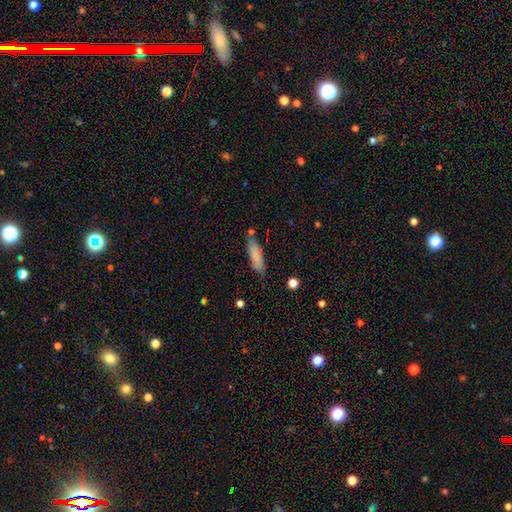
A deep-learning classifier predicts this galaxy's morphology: Smooth or featured?
  - smooth: 74% *
  - featured or disk: 18%
  - star or artifact: 8%
How rounded?
  - cigar-shaped: 51% *
  - in between: 47%
  - round: 2%
Merging?
  - none: 74% *
  - minor disturbance: 17%
  - merger: 6%
  - major disturbance: 4%